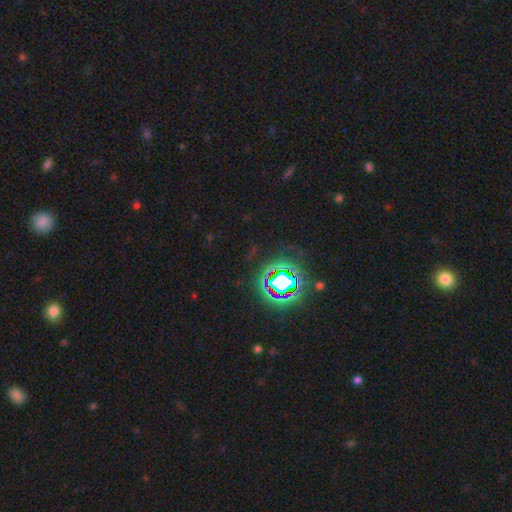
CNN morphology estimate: A star or artifact, not a galaxy (80%).

Vote fractions:
- Smooth or featured? star or artifact: 80% / smooth: 12% / featured or disk: 8%